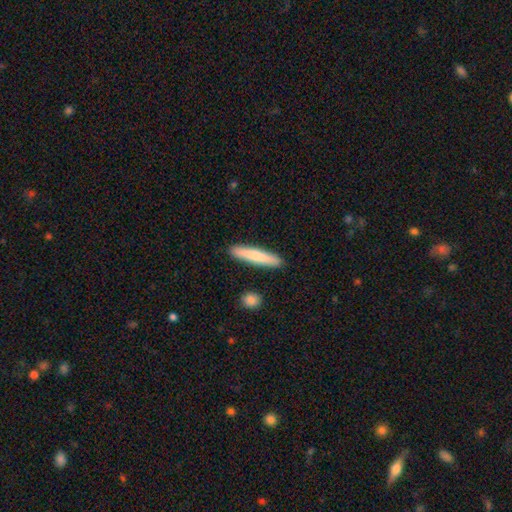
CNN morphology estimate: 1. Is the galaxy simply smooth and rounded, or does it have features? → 72% smooth, 23% featured or disk, 5% star or artifact.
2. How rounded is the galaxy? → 91% cigar-shaped, 7% in between, 1% round.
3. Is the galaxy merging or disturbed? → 90% none, 7% minor disturbance, 2% merger, 1% major disturbance.